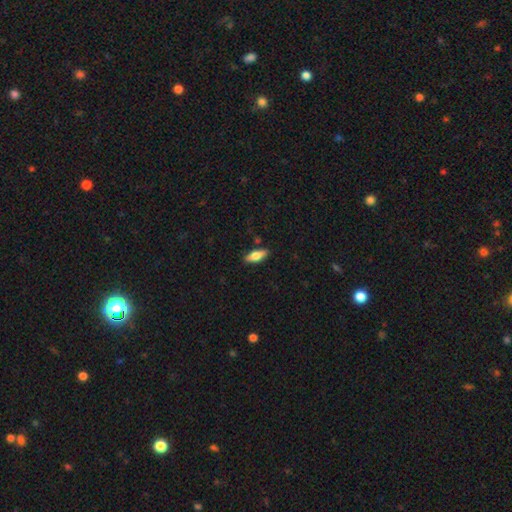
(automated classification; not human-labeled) smooth_or_featured: smooth (p=0.66) [alt: featured or disk p=0.28]
how_rounded: in between (p=0.69) [alt: cigar-shaped p=0.28]
merging: none (p=0.86) [alt: minor disturbance p=0.10]